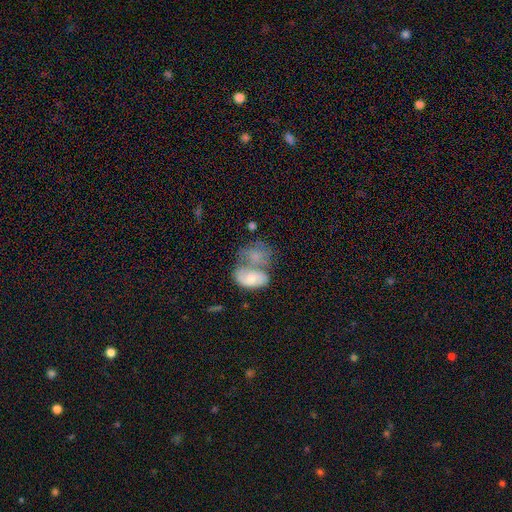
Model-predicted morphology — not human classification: This appears to be a smooth galaxy with no disk features (58%) that is in between round and cigar-shaped (73%). Merging: merger (66%).